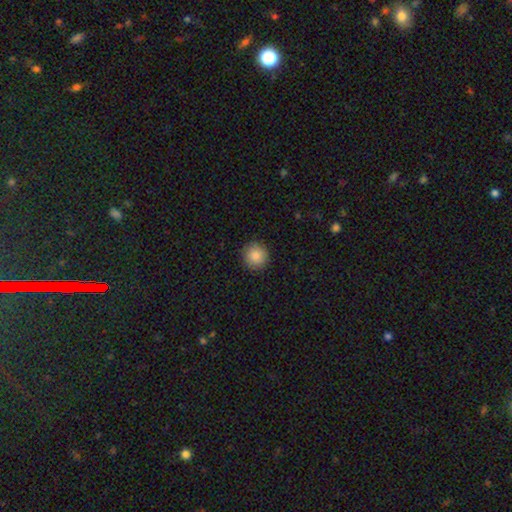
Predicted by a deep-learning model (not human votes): This appears to be a smooth galaxy with no disk features (87%) that is round (94%). Merging: none (91%).